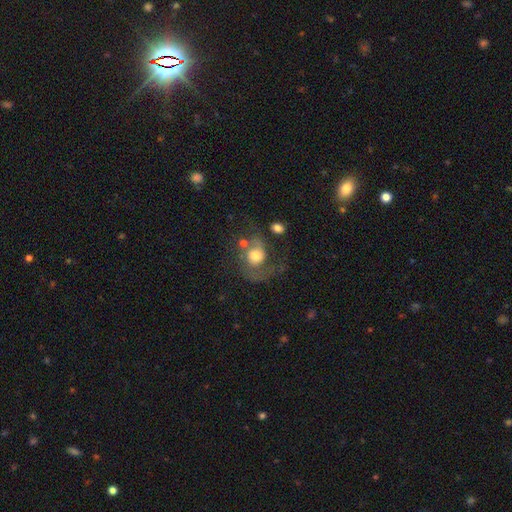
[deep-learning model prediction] A featured or disk galaxy (56%) with no bar (77%), spiral arms (82%) and a moderate central bulge (56%). Merging: none (39%).